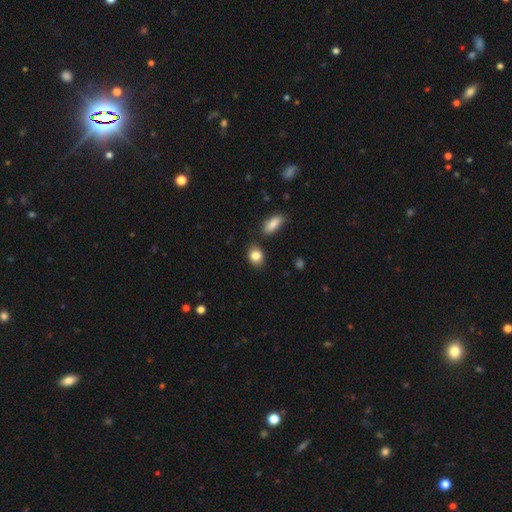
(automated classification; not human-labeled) Smooth or featured? smooth (84%)
How rounded? in between (68%)
Merging? none (79%)